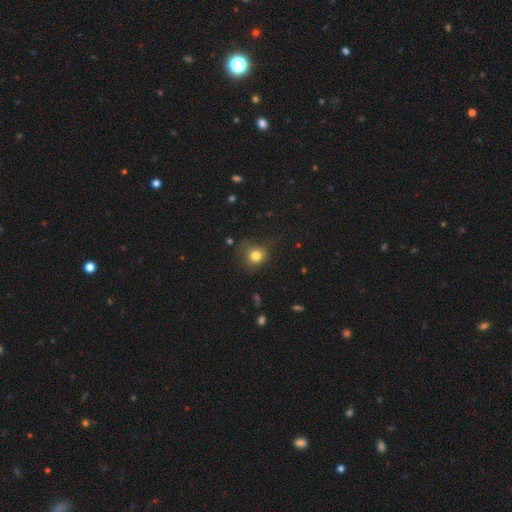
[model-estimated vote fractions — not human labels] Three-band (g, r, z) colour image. It shows a smooth galaxy with no disk features (79%) that is round (78%). Merging: none (63%).